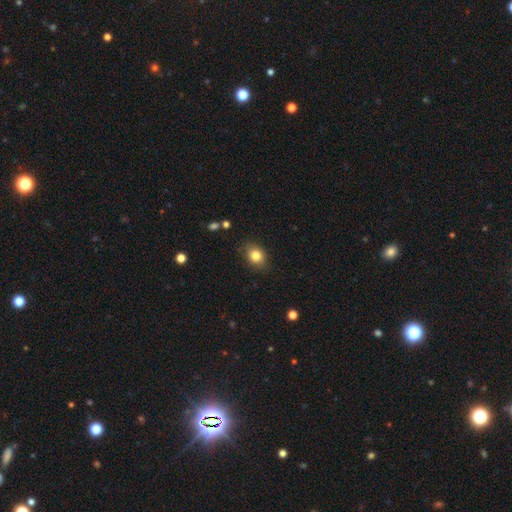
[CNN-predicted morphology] A smooth galaxy with no disk features (83%) that is in between round and cigar-shaped (51%). Merging: none (84%).